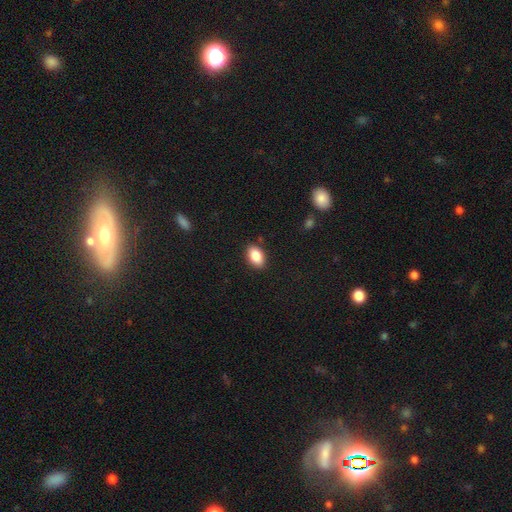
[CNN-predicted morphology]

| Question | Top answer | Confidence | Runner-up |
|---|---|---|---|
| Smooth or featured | smooth | 86% | star or artifact (8%) |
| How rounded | in between | 90% | round (8%) |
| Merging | none | 87% | minor disturbance (10%) |